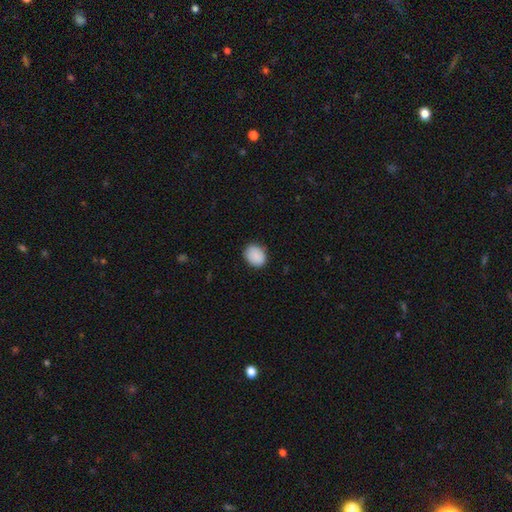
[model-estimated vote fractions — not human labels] Smooth or featured? smooth (90%)
How rounded? in between (50%)
Merging? none (86%)